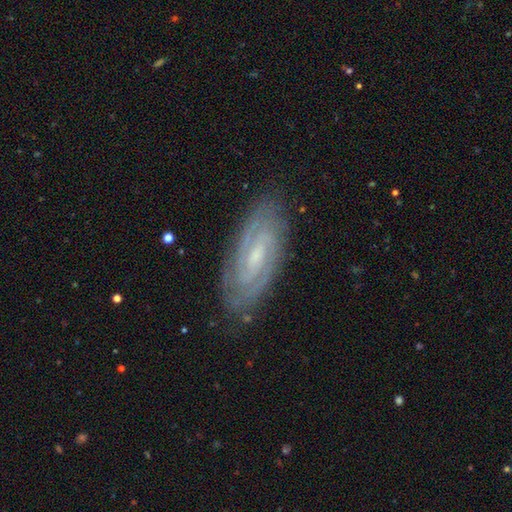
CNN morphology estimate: featured or disk 85%, smooth 9%, star or artifact 6%. Down the decision tree: edge-on disk — no (93%); bar — weak (53%); spiral arms — yes (96%); spiral arm count — 2 (57%); spiral winding — tight (66%); bulge size — small (63%); merging — none (82%).